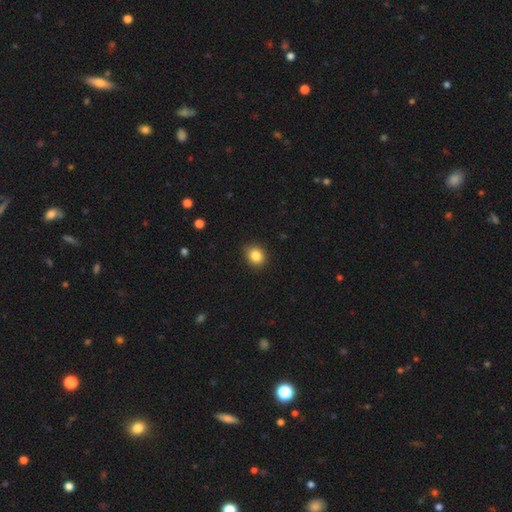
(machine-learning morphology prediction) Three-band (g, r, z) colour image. It shows a smooth galaxy with no disk features (85%) that is round (70%). Merging: none (86%).